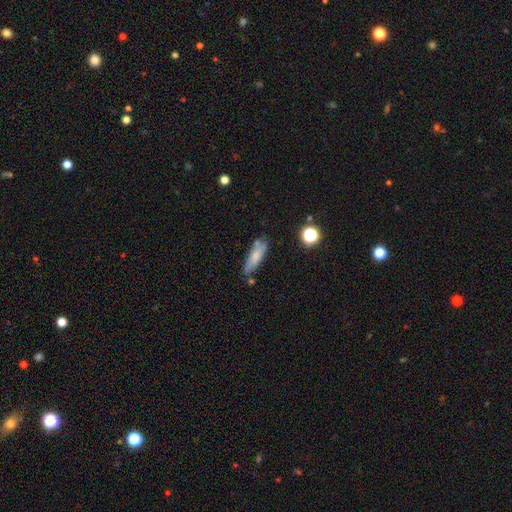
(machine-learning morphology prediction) smooth_or_featured: smooth (p=0.67) [alt: featured or disk p=0.24]
how_rounded: cigar-shaped (p=0.49) [alt: in between p=0.48]
merging: none (p=0.62) [alt: minor disturbance p=0.23]